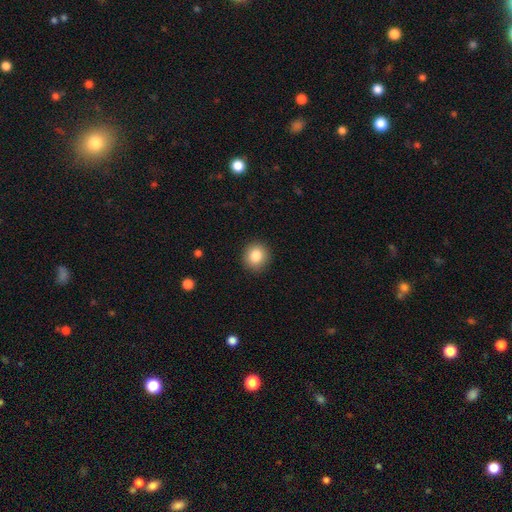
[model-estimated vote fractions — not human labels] Q: Smooth or featured?
A: smooth (84%); runner-up: star or artifact (9%)
Q: How rounded?
A: round (88%); runner-up: in between (11%)
Q: Merging?
A: none (91%); runner-up: minor disturbance (6%)